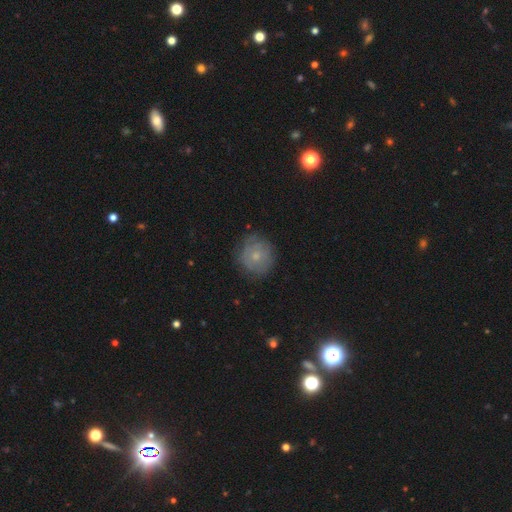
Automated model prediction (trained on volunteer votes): This is possibly a smooth galaxy (57%). How rounded: clearly round (88%). Merging: likely none (75%).